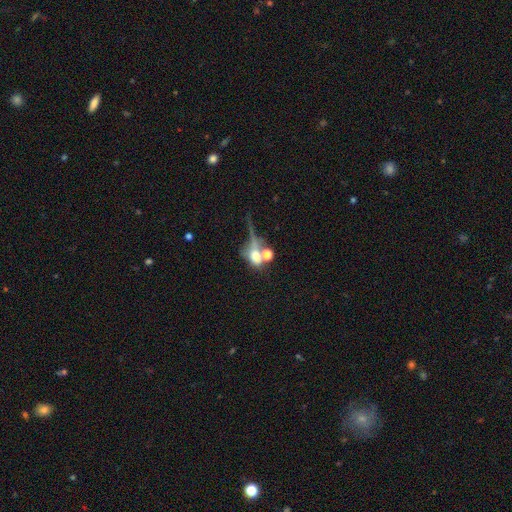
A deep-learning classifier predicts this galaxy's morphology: Smooth or featured?
  - smooth: 52% *
  - featured or disk: 31%
  - star or artifact: 17%
How rounded?
  - in between: 58% *
  - round: 35%
  - cigar-shaped: 8%
Merging?
  - merger: 39% *
  - major disturbance: 27%
  - none: 22%
  - minor disturbance: 11%